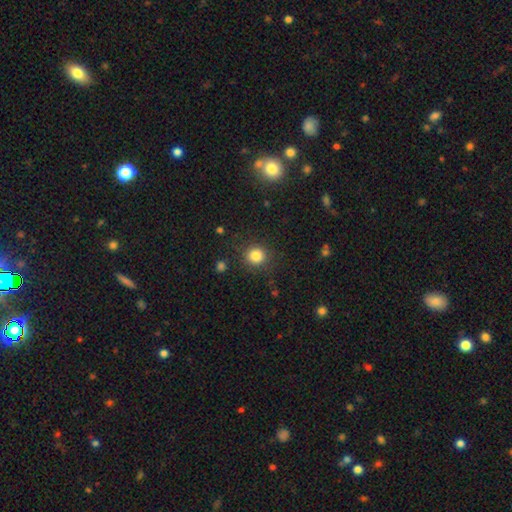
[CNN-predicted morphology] Smooth or featured?
  - smooth: 84% *
  - star or artifact: 12%
  - featured or disk: 5%
How rounded?
  - round: 90% *
  - in between: 9%
  - cigar-shaped: 1%
Merging?
  - none: 86% *
  - minor disturbance: 8%
  - major disturbance: 4%
  - merger: 2%